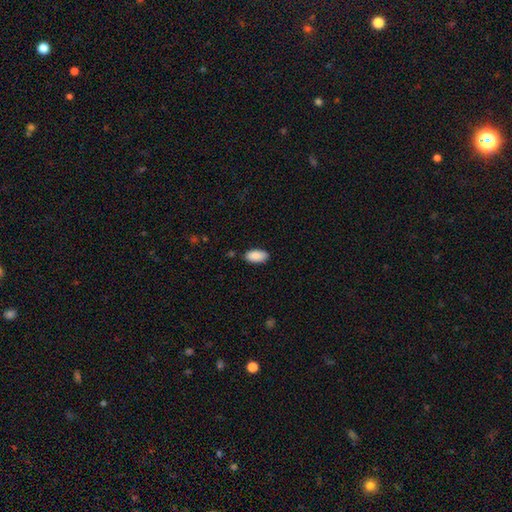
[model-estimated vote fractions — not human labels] Smooth or featured? Predicted: smooth (p=0.89). How rounded? Predicted: in between (p=0.94). Merging? Predicted: none (p=0.85).